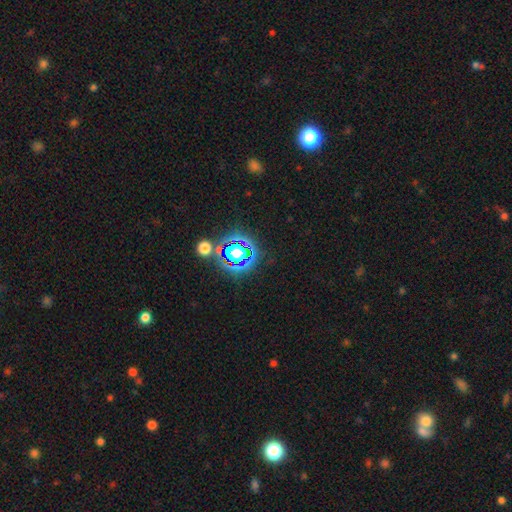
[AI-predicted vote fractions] smooth-or-featured: star or artifact: 79% | smooth: 13% | featured or disk: 8%